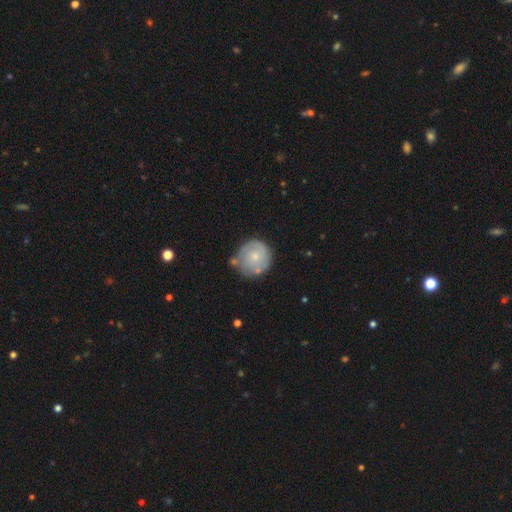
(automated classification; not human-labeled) A smooth galaxy with no disk features (49%). Merging: none (64%).